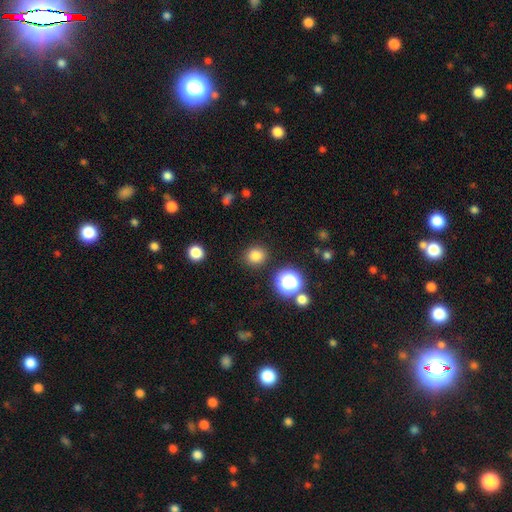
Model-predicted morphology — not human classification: type=smooth (81%); roundness=round (85%); merging=none (88%).